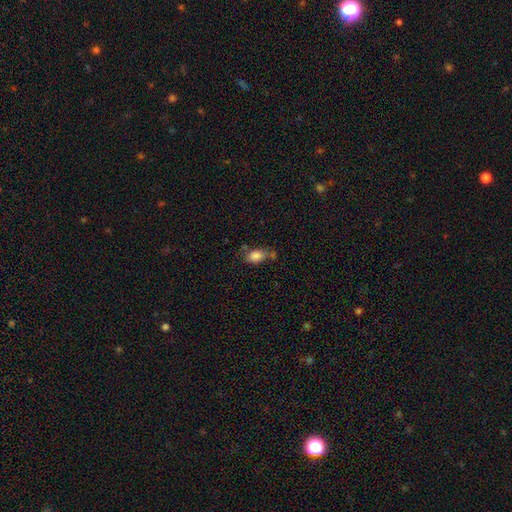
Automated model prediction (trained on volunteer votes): Q: Smooth or featured?
A: smooth (83%); runner-up: star or artifact (9%)
Q: How rounded?
A: in between (85%); runner-up: round (13%)
Q: Merging?
A: none (50%); runner-up: minor disturbance (23%)